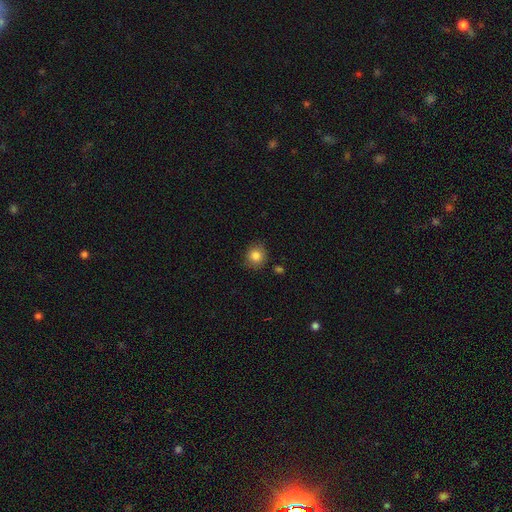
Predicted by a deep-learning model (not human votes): A smooth galaxy with no disk features (84%) that is round (84%).

Vote fractions:
- Smooth or featured? smooth: 84% / star or artifact: 10% / featured or disk: 6%
- How rounded? round: 84% / in between: 15% / cigar-shaped: 1%
- Merging? none: 84% / minor disturbance: 11% / major disturbance: 3% / merger: 2%